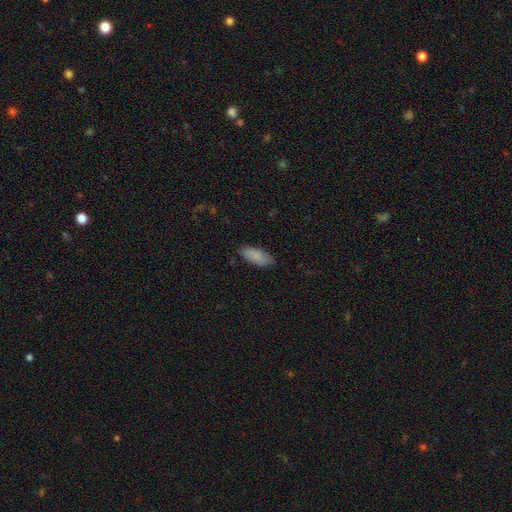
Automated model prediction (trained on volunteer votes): This appears to be a smooth galaxy with no disk features (87%) that is in between round and cigar-shaped (80%). Merging: none (80%).